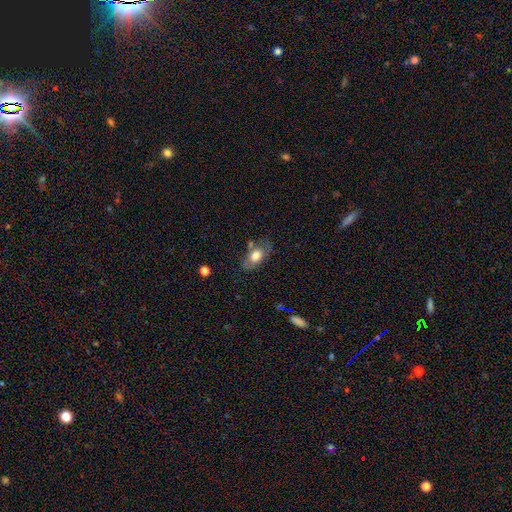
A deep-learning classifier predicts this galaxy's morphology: The model was most divided on "merging": none: 61%, minor disturbance: 24%, major disturbance: 9%, merger: 7%. More confident: how rounded — in between (85%); smooth or featured — smooth (69%).